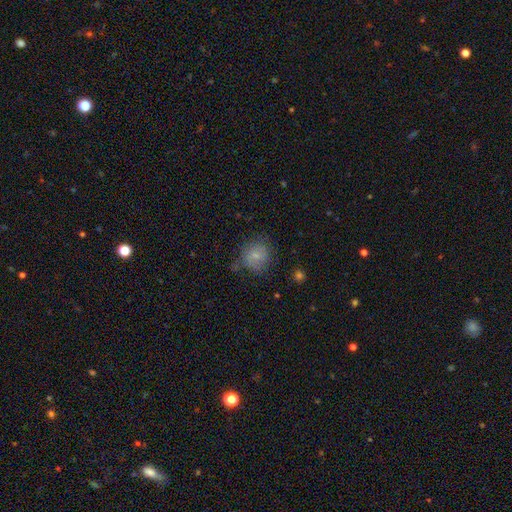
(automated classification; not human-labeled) smooth_or_featured: smooth (p=0.73) [alt: featured or disk p=0.17]
how_rounded: round (p=0.77) [alt: in between p=0.22]
merging: none (p=0.62) [alt: minor disturbance p=0.25]